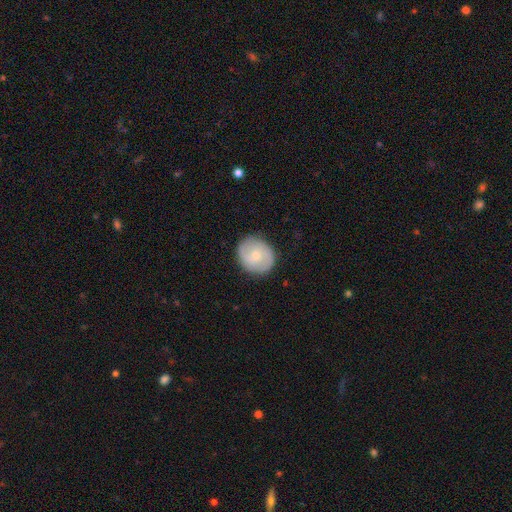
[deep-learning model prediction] The model was most divided on "smooth or featured": featured or disk: 50%, smooth: 44%, star or artifact: 6%. More confident: merging — none (86%).